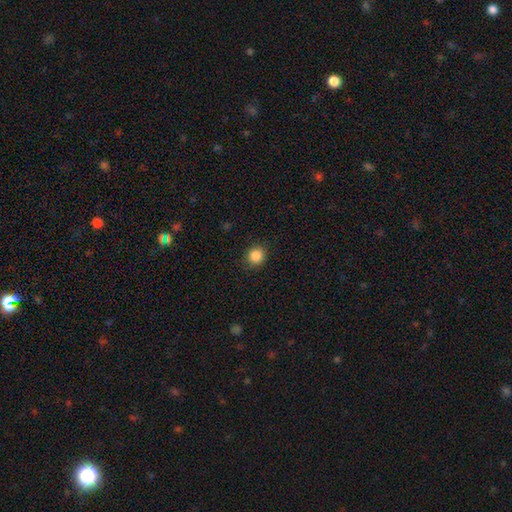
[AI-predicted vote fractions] This appears to be a smooth galaxy with no disk features (86%) that is round (87%). Merging: none (88%).